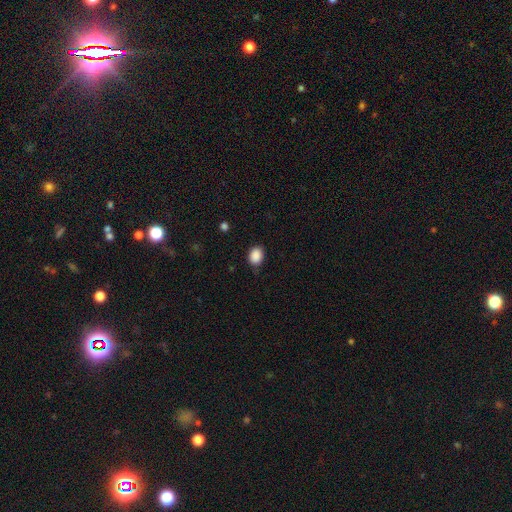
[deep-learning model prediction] A smooth galaxy with no disk features (89%) that is in between round and cigar-shaped (60%). Merging: none (81%).